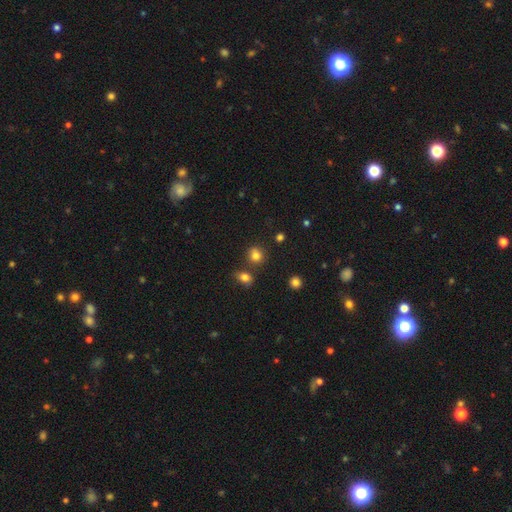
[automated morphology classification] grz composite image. It shows a smooth galaxy with no disk features (79%) that is round (78%). Merging: none (69%).